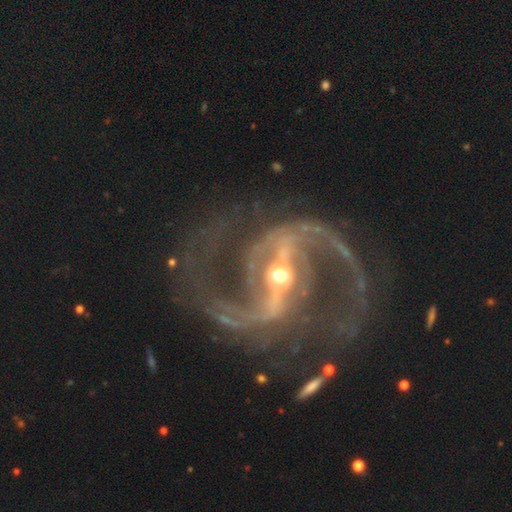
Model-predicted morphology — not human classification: The model was most divided on "bulge size": small: 53%, moderate: 42%, large: 3%, none: 1%, dominant: 1%. More confident: spiral arms — yes (98%); edge-on disk — no (97%); spiral arm count — 2 (93%); smooth or featured — featured or disk (93%); merging — none (74%); bar — strong (73%); spiral winding — medium (60%).